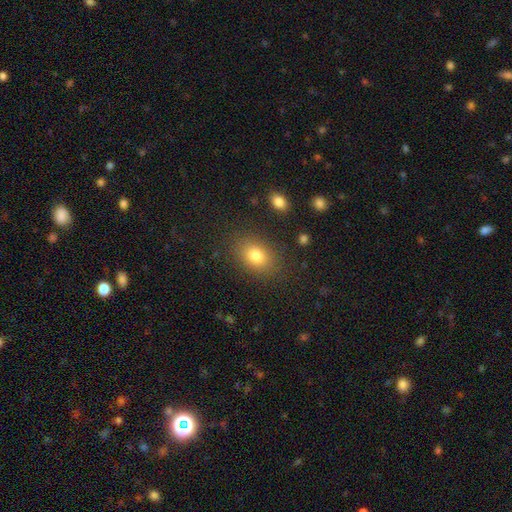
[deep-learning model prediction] smooth-or-featured: smooth: 80% | star or artifact: 10% | featured or disk: 9%
  how-rounded: in between: 75% | round: 24% | cigar-shaped: 1%
  merging: none: 84% | minor disturbance: 10% | major disturbance: 4% | merger: 2%